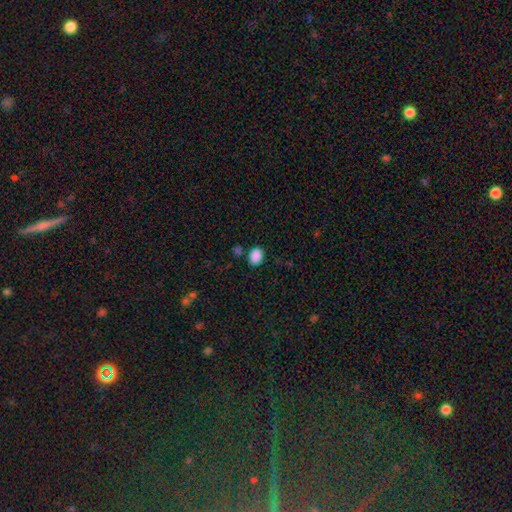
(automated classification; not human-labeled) A smooth galaxy with no disk features (88%) that is in between round and cigar-shaped (69%). Merging: none (80%).